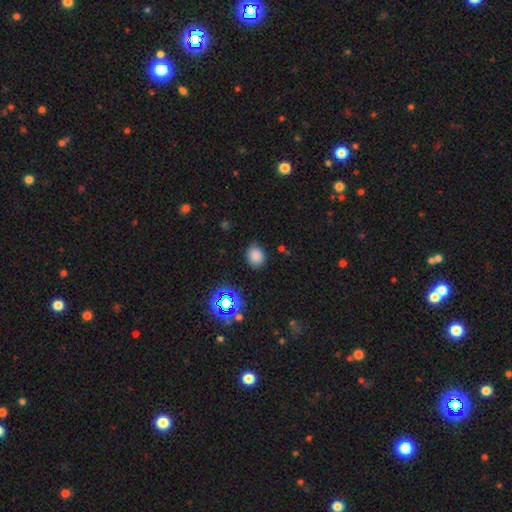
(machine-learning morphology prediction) Smooth or featured? smooth (79%)
How rounded? round (66%)
Merging? none (82%)